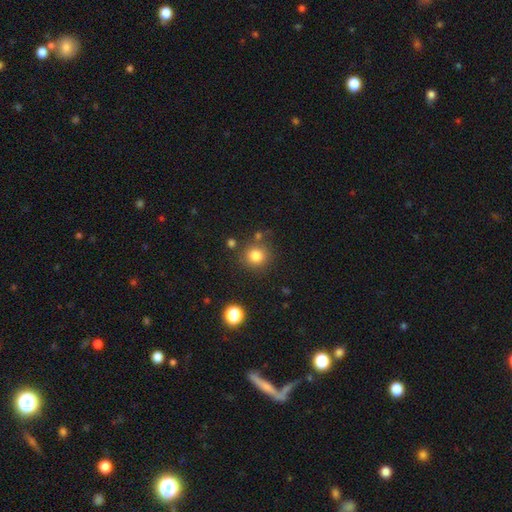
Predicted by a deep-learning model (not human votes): smooth-or-featured: smooth: 81% | star or artifact: 13% | featured or disk: 6%
  how-rounded: round: 91% | in between: 8% | cigar-shaped: 1%
  merging: none: 81% | minor disturbance: 9% | merger: 6% | major disturbance: 4%